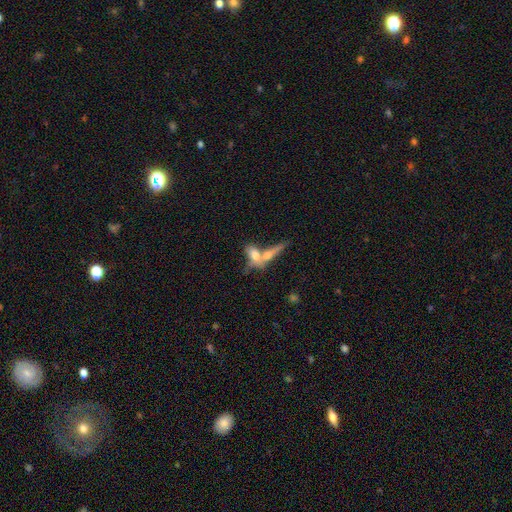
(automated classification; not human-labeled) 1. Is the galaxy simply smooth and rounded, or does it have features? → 58% smooth, 34% featured or disk, 8% star or artifact.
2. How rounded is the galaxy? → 63% in between, 28% cigar-shaped, 9% round.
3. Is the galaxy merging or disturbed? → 60% merger, 24% none, 9% minor disturbance, 7% major disturbance.